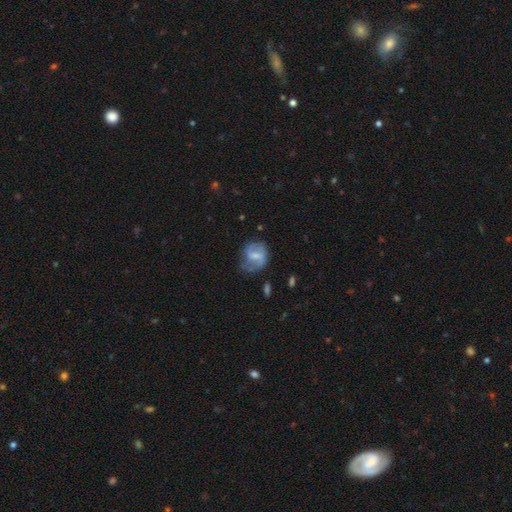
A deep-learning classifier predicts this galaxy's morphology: smooth_or_featured: featured or disk (p=0.61) [alt: smooth p=0.31]
disk_edge_on: no (p=0.97) [alt: yes p=0.03]
bar: weak (p=0.52) [alt: strong p=0.25]
has_spiral_arms: yes (p=0.78) [alt: no p=0.22]
bulge_size: small (p=0.43) [alt: moderate p=0.32]
merging: none (p=0.54) [alt: minor disturbance p=0.28]